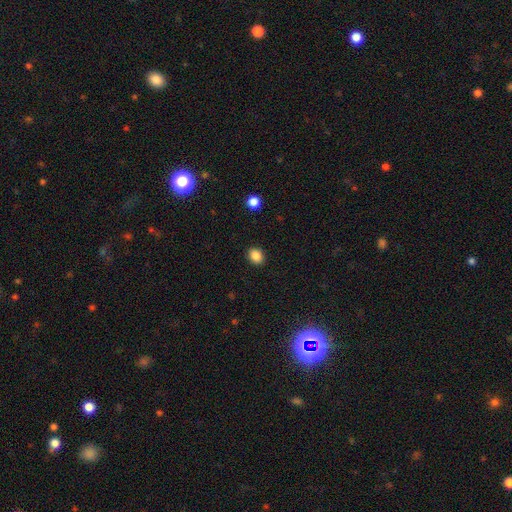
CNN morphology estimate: smooth-or-featured: smooth: 86% | star or artifact: 10% | featured or disk: 3%
  how-rounded: round: 52% | in between: 47% | cigar-shaped: 1%
  merging: none: 90% | minor disturbance: 7% | major disturbance: 2% | merger: 1%